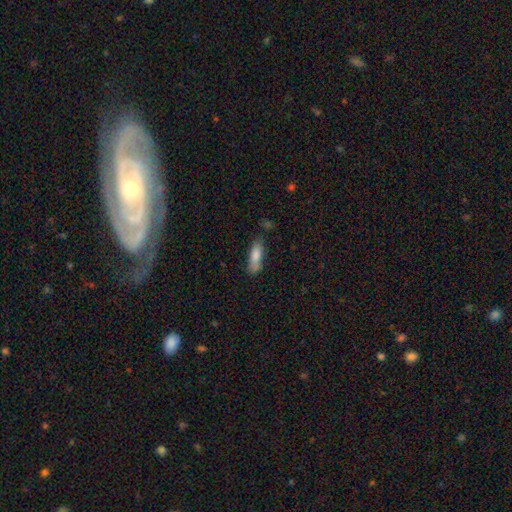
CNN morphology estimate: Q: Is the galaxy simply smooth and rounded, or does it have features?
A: smooth — 81%.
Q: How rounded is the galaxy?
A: in between — 50%.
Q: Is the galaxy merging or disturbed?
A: none — 65%.